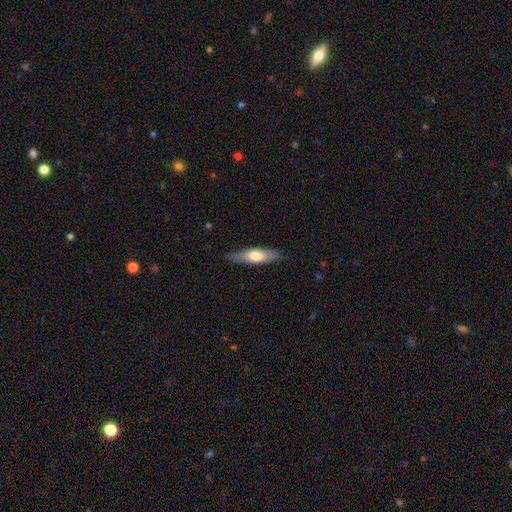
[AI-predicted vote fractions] Morphology: type=smooth (54%); roundness=cigar-shaped (67%); merging=none (84%).